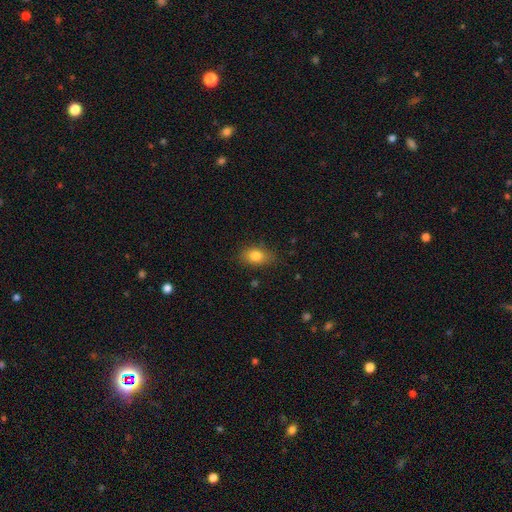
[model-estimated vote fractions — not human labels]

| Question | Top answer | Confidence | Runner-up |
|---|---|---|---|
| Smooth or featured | smooth | 81% | featured or disk (10%) |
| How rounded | in between | 79% | round (18%) |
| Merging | none | 78% | minor disturbance (17%) |